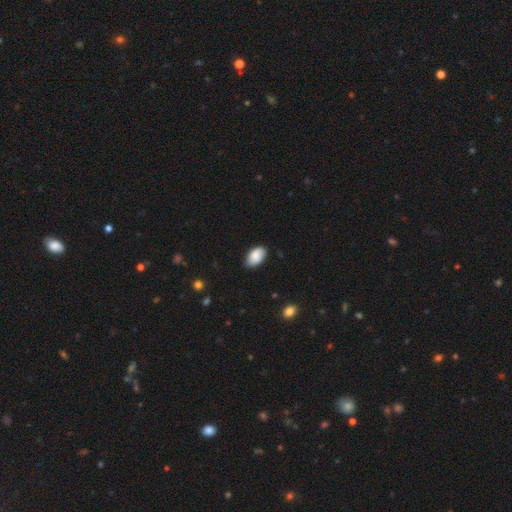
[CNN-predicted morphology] This appears to be a smooth galaxy with no disk features (86%) that is in between round and cigar-shaped (93%). Merging: none (82%).